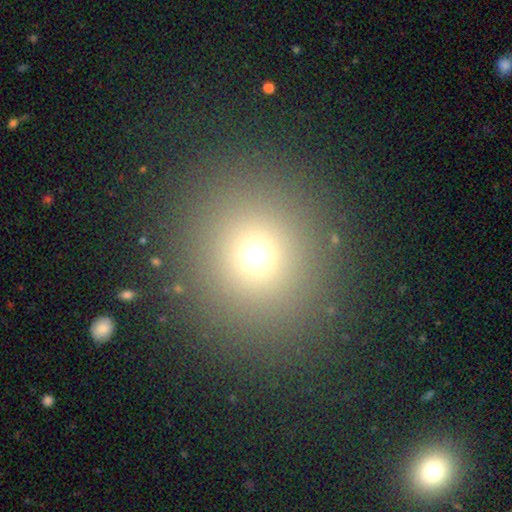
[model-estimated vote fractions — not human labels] A smooth galaxy with no disk features (69%) that is round (87%).

Vote fractions:
- Smooth or featured? smooth: 69% / star or artifact: 22% / featured or disk: 9%
- How rounded? round: 87% / in between: 12% / cigar-shaped: 1%
- Merging? none: 89% / minor disturbance: 6% / major disturbance: 4% / merger: 2%